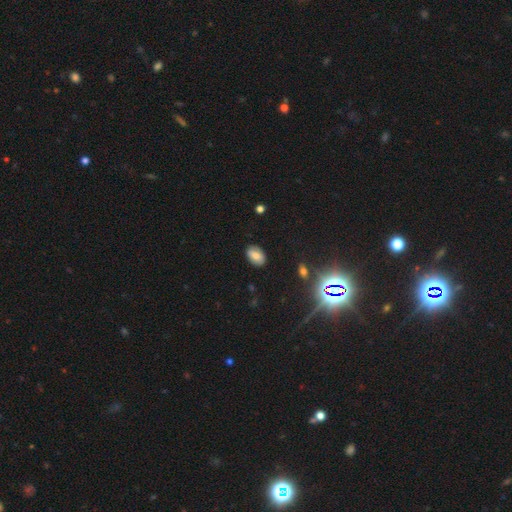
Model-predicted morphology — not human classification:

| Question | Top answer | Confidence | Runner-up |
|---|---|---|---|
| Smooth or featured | smooth | 72% | featured or disk (17%) |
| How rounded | in between | 87% | round (11%) |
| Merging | none | 84% | minor disturbance (12%) |